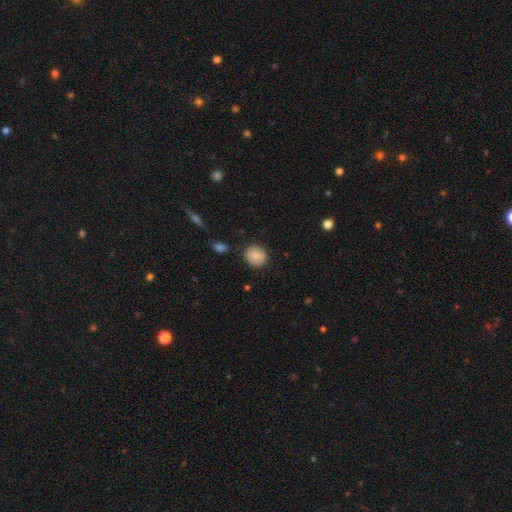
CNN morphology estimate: smooth_or_featured: smooth (p=0.84) [alt: star or artifact p=0.08]
how_rounded: round (p=0.85) [alt: in between p=0.14]
merging: none (p=0.87) [alt: minor disturbance p=0.09]